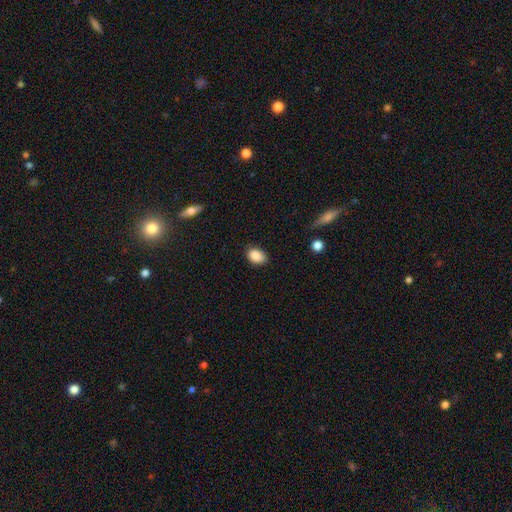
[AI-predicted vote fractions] This appears to be a smooth galaxy with no disk features (88%) that is in between round and cigar-shaped (82%). Merging: none (85%).